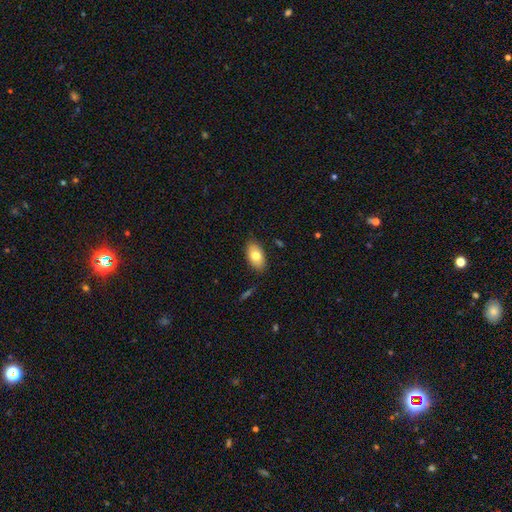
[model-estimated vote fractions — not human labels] smooth-or-featured: smooth: 76% | featured or disk: 17% | star or artifact: 7%
  how-rounded: in between: 92% | round: 6% | cigar-shaped: 2%
  merging: none: 86% | minor disturbance: 11% | major disturbance: 2% | merger: 1%